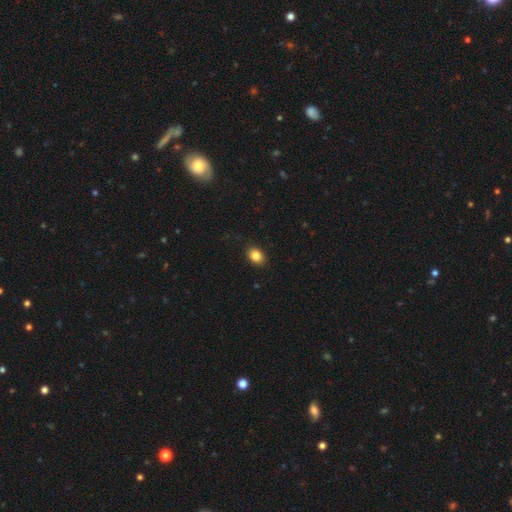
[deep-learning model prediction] smooth 85%, star or artifact 10%, featured or disk 6%. Down the decision tree: how rounded — in between (65%); merging — none (88%).